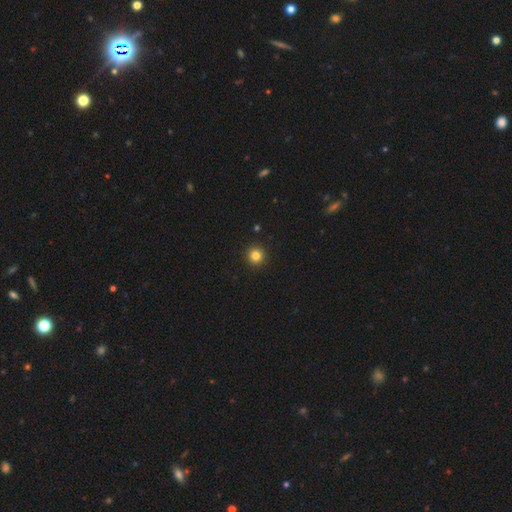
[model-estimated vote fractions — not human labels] Smooth or featured? Predicted: smooth (p=0.83). How rounded? Predicted: round (p=0.96). Merging? Predicted: none (p=0.94).